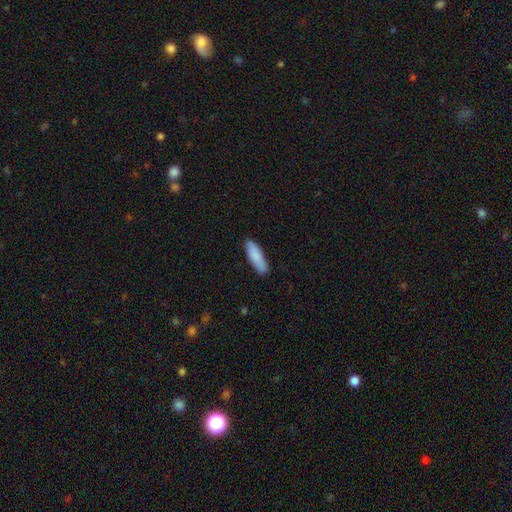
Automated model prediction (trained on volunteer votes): Morphology: type=smooth (86%); roundness=cigar-shaped (55%); merging=none (86%).